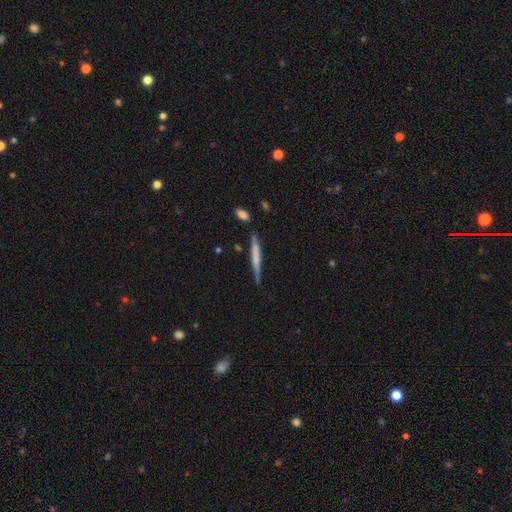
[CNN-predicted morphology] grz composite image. It shows a smooth galaxy with no disk features (53%) that is cigar-shaped (95%). Merging: none (79%).